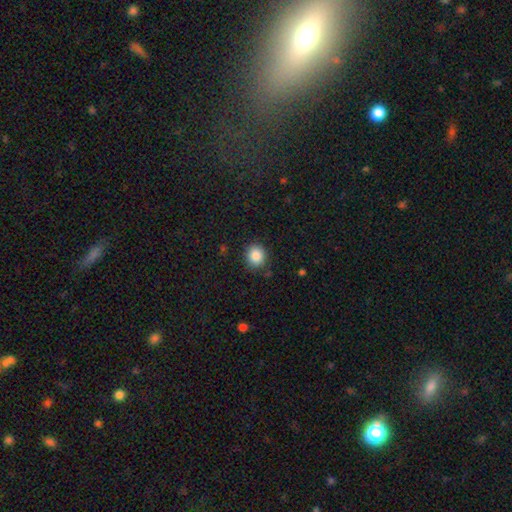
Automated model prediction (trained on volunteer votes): smooth-or-featured: smooth: 86% | star or artifact: 9% | featured or disk: 4%
  how-rounded: round: 81% | in between: 19% | cigar-shaped: 1%
  merging: none: 87% | minor disturbance: 9% | major disturbance: 3% | merger: 2%